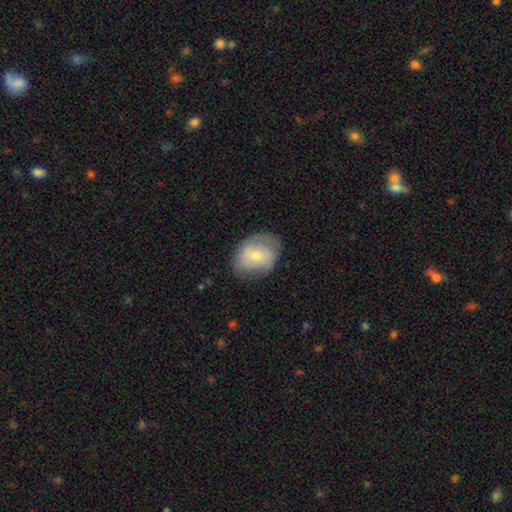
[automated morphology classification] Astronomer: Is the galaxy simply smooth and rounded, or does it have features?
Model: smooth — 51% (runner-up: featured or disk, 42%).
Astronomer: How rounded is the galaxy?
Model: in between — 61% (runner-up: round, 38%).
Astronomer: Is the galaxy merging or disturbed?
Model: none — 69%.